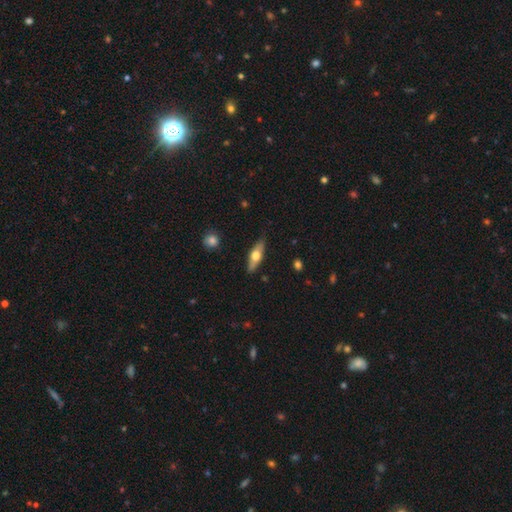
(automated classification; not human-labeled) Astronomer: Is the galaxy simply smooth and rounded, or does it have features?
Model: smooth — 50% (runner-up: featured or disk, 45%).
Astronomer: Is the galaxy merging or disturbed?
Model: none — 86%.